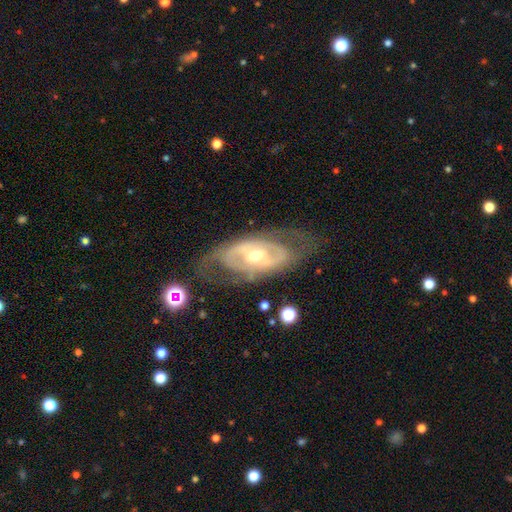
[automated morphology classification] A featured or disk galaxy (78%) with no bar (48%), spiral arms (56%) and a moderate central bulge (69%). Merging: none (67%).